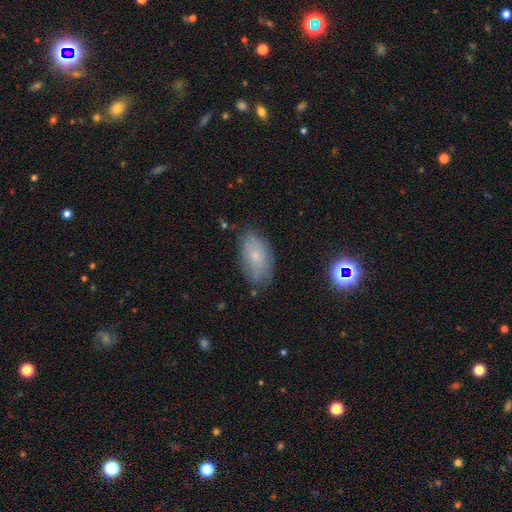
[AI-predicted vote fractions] This appears to be a smooth galaxy with no disk features (63%) that is in between round and cigar-shaped (92%). Merging: none (67%).